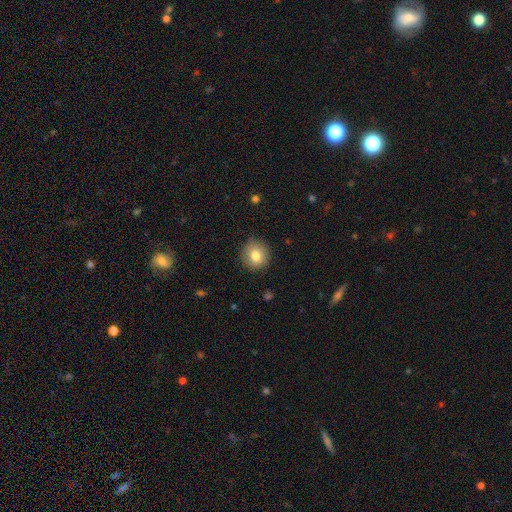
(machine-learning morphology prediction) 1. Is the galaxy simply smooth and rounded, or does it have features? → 80% smooth, 11% featured or disk, 9% star or artifact.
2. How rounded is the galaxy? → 90% round, 9% in between, 1% cigar-shaped.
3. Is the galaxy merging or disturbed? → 86% none, 10% minor disturbance, 2% major disturbance, 1% merger.